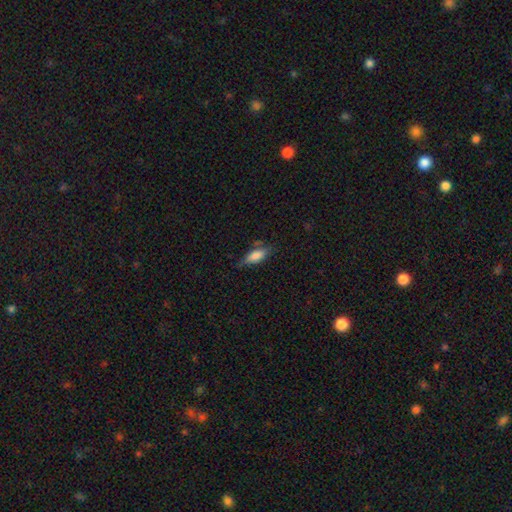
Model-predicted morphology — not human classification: This appears to be a smooth galaxy with no disk features (78%) that is in between round and cigar-shaped (72%). Merging: none (59%).